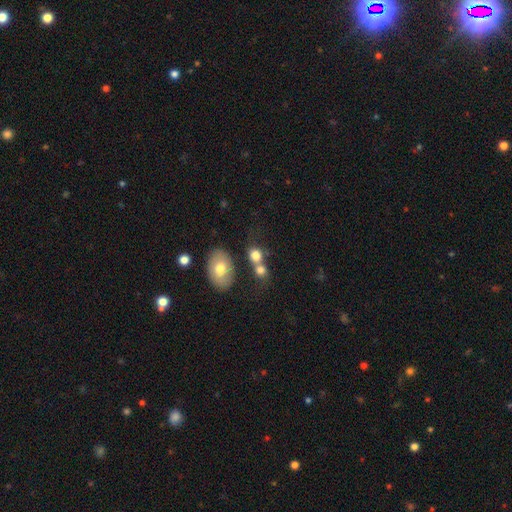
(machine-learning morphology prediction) This is likely a smooth galaxy (77%). How rounded: possibly round (56%). Merging: marginally merger (44%).